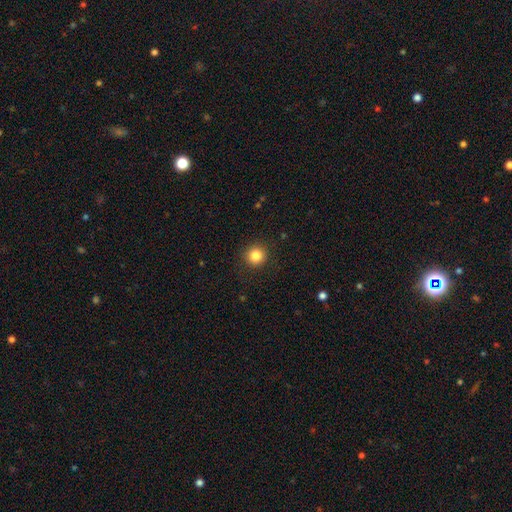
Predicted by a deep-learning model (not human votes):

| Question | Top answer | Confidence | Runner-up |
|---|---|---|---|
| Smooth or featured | smooth | 84% | star or artifact (11%) |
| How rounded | round | 93% | in between (6%) |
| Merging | none | 90% | minor disturbance (6%) |